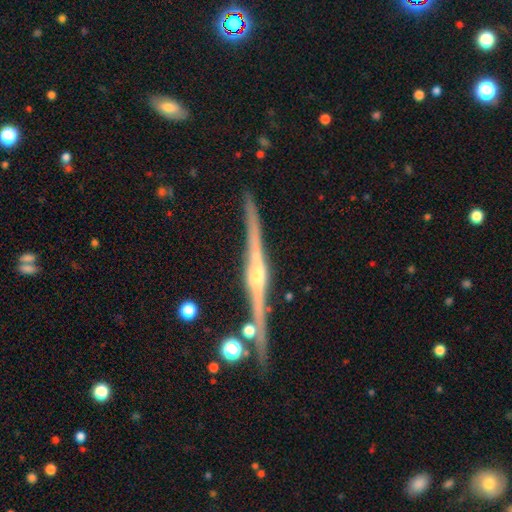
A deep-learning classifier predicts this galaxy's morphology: smooth_or_featured: featured or disk (p=0.87) [alt: smooth p=0.08]
disk_edge_on: yes (p=0.98) [alt: no p=0.02]
edge_on_bulge: rounded (p=0.84) [alt: boxy p=0.09]
merging: none (p=0.87) [alt: minor disturbance p=0.08]